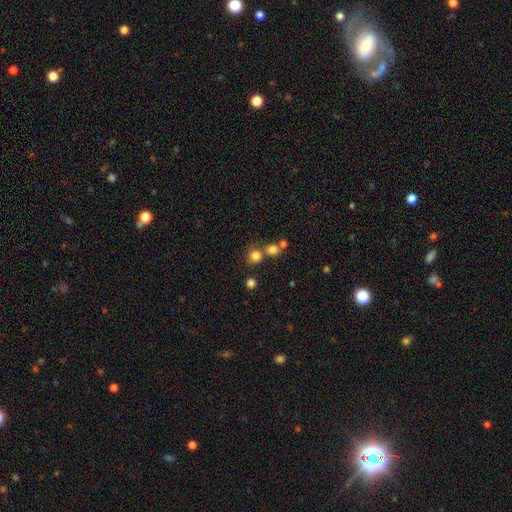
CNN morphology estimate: smooth-or-featured: smooth: 78% | star or artifact: 15% | featured or disk: 7%
  how-rounded: round: 85% | in between: 14% | cigar-shaped: 1%
  merging: none: 61% | merger: 26% | minor disturbance: 9% | major disturbance: 4%